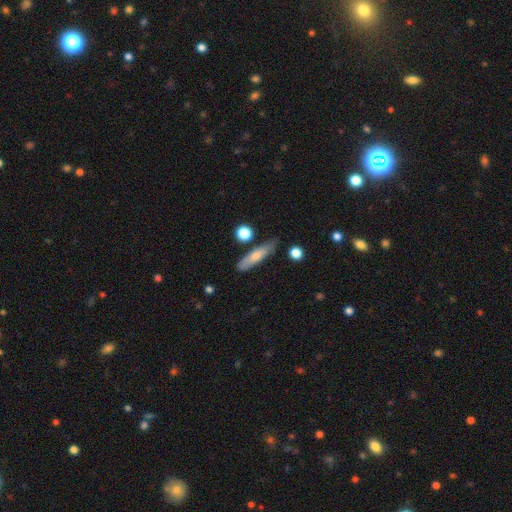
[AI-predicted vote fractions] Overall: smooth (64%; featured or disk 29%). How rounded: cigar-shaped (76%). Merging: none (74%).